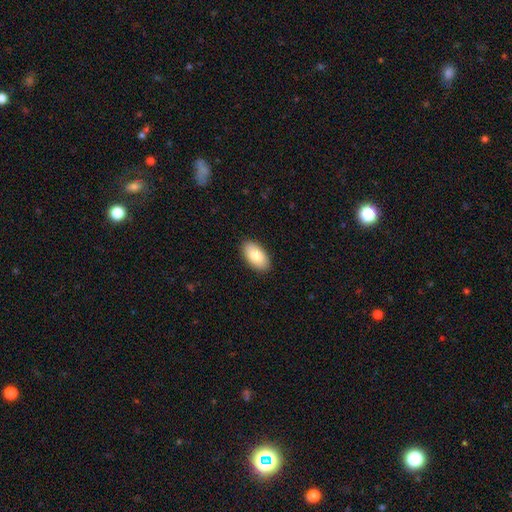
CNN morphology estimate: Smooth or featured? smooth (82%)
How rounded? in between (95%)
Merging? none (90%)